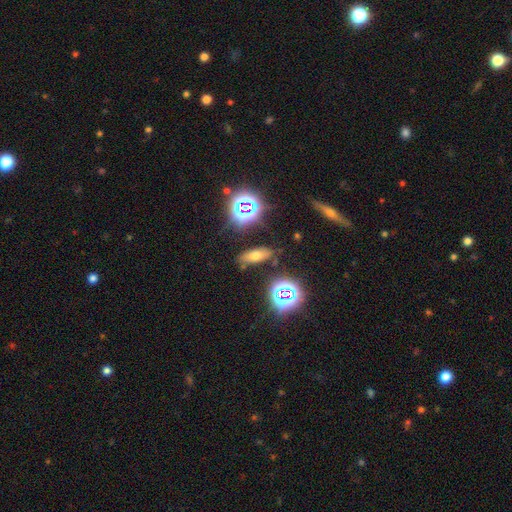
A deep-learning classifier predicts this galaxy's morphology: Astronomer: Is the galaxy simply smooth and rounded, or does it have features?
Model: smooth — 52% (runner-up: star or artifact, 30%).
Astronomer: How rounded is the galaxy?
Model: in between — 66%.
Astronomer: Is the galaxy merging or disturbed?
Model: none — 82%.